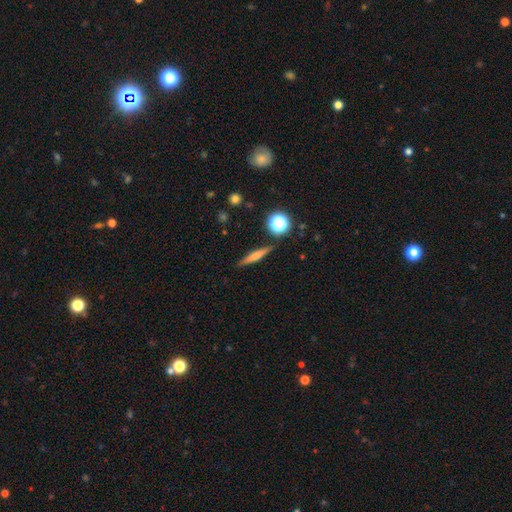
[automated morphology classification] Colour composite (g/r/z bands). It shows a smooth galaxy with no disk features (46%). Merging: none (88%).